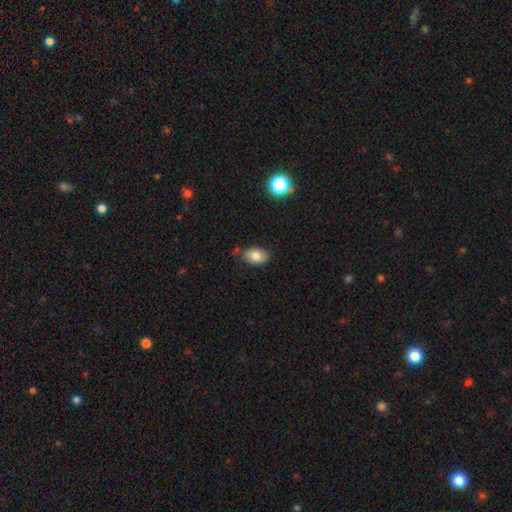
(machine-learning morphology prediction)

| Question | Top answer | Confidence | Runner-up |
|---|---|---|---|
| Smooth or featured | smooth | 82% | star or artifact (9%) |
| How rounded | in between | 87% | round (12%) |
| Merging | none | 77% | minor disturbance (16%) |